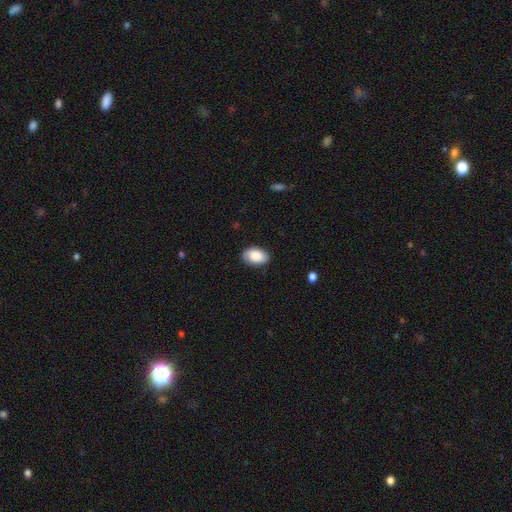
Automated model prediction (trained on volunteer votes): Overall: smooth (85%). How rounded: in between (90%). Merging: none (84%).